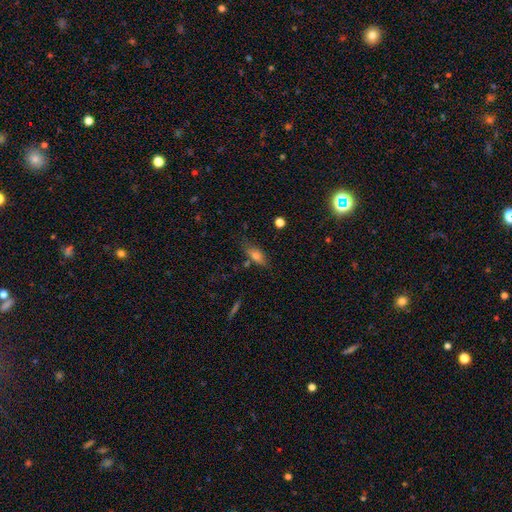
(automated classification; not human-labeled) Smooth or featured? smooth (68%)
How rounded? in between (71%)
Merging? none (65%)